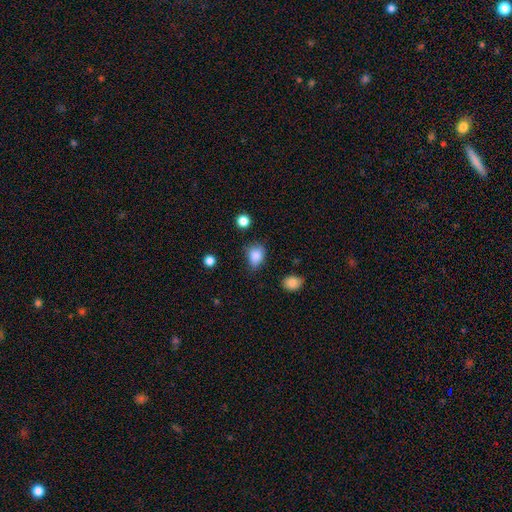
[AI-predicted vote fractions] Morphology: type=smooth (84%); roundness=in between (65%); merging=none (54%).